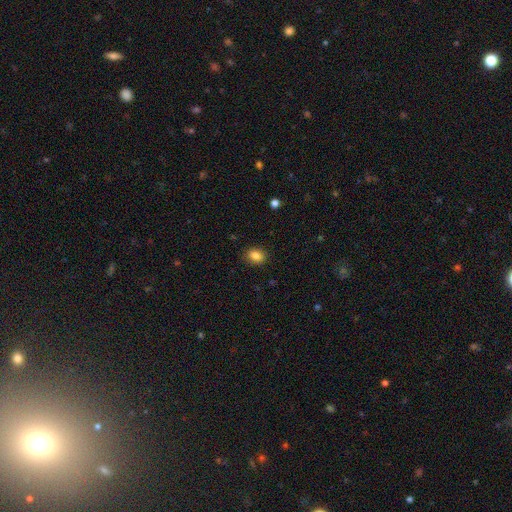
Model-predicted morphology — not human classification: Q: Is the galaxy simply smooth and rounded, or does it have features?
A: smooth — 85%.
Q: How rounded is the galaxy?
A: in between — 58%.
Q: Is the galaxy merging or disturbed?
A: none — 88%.